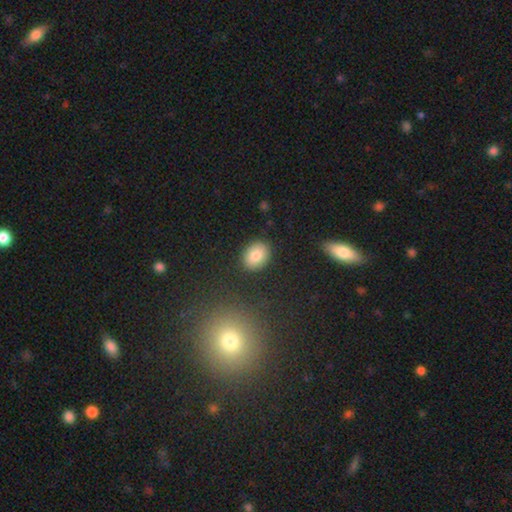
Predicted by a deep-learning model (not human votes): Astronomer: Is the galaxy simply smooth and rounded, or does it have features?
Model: smooth — 84%.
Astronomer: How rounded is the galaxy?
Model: in between — 63%.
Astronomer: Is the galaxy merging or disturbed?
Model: none — 88%.